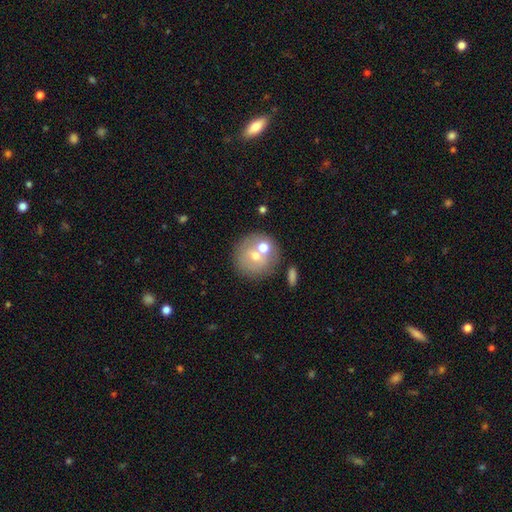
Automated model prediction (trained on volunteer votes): smooth 61%, featured or disk 29%, star or artifact 10%. Down the decision tree: how rounded — round (92%); merging — none (60%).